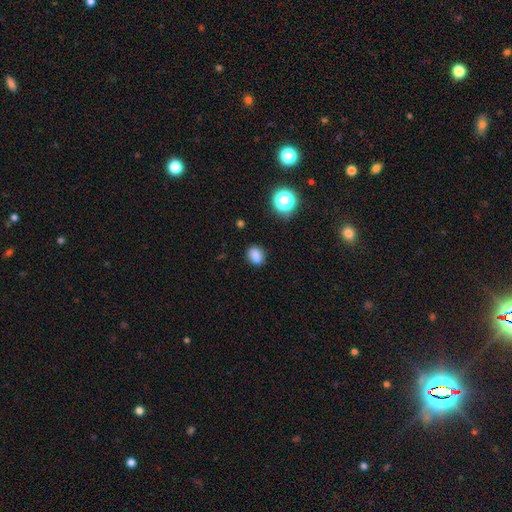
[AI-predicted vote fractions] Smooth or featured?
  - smooth: 82% *
  - star or artifact: 13%
  - featured or disk: 5%
How rounded?
  - in between: 57% *
  - round: 42%
  - cigar-shaped: 1%
Merging?
  - none: 80% *
  - minor disturbance: 13%
  - major disturbance: 3%
  - merger: 3%